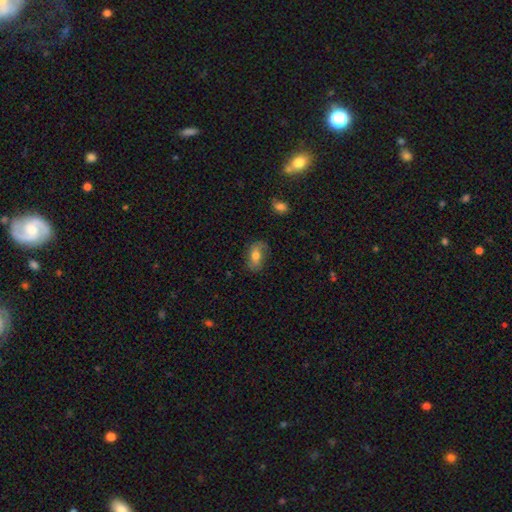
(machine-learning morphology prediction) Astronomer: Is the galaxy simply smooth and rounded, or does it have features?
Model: smooth — 62%.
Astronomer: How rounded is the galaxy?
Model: in between — 85%.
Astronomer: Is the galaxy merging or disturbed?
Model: none — 69%.